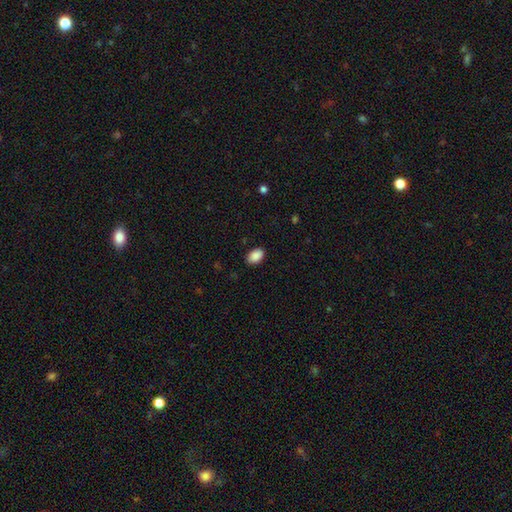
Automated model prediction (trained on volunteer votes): Smooth or featured? smooth (90%)
How rounded? in between (88%)
Merging? none (87%)